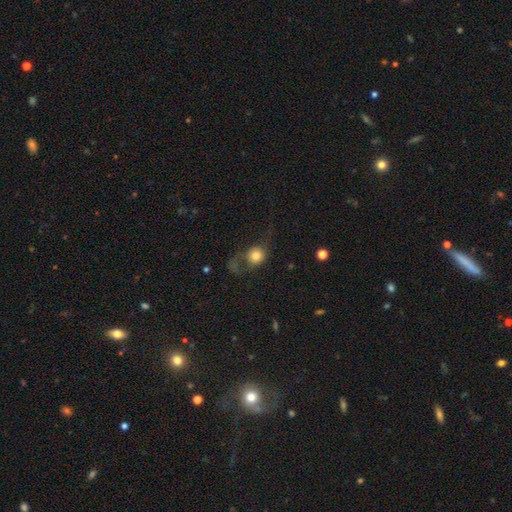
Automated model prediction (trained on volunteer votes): A smooth galaxy with no disk features (68%) that is round (80%).

Vote fractions:
- Smooth or featured? smooth: 68% / featured or disk: 22% / star or artifact: 10%
- How rounded? round: 80% / in between: 18% / cigar-shaped: 1%
- Merging? major disturbance: 41% / none: 36% / minor disturbance: 18% / merger: 5%